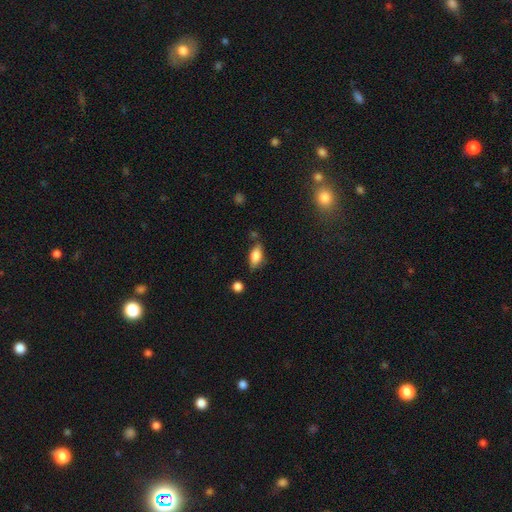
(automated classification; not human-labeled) Smooth or featured?
  - smooth: 75% *
  - featured or disk: 18%
  - star or artifact: 8%
How rounded?
  - in between: 85% *
  - cigar-shaped: 11%
  - round: 4%
Merging?
  - none: 72% *
  - minor disturbance: 19%
  - merger: 5%
  - major disturbance: 4%